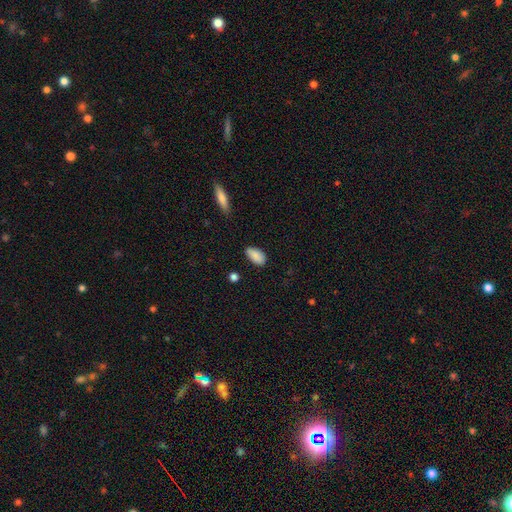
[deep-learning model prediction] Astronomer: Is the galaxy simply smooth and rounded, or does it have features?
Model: smooth — 88%.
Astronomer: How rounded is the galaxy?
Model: in between — 93%.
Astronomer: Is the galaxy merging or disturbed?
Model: none — 78%.